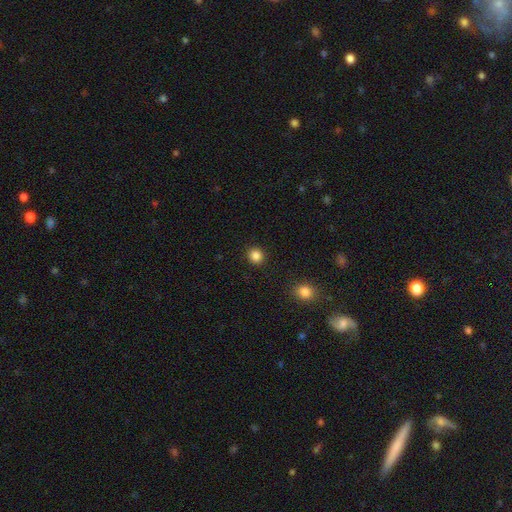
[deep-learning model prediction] Smooth or featured? smooth (85%)
How rounded? round (87%)
Merging? none (92%)